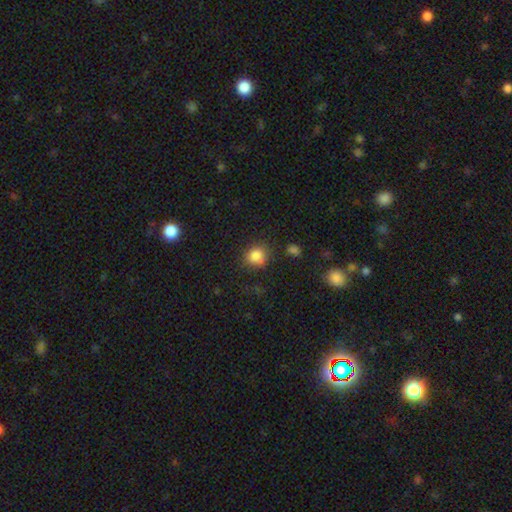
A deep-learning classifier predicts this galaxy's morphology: Smooth or featured: smooth — 83% (star or artifact — 11%)
How rounded: round — 73% (in between — 26%)
Merging: none — 69% (minor disturbance — 18%)